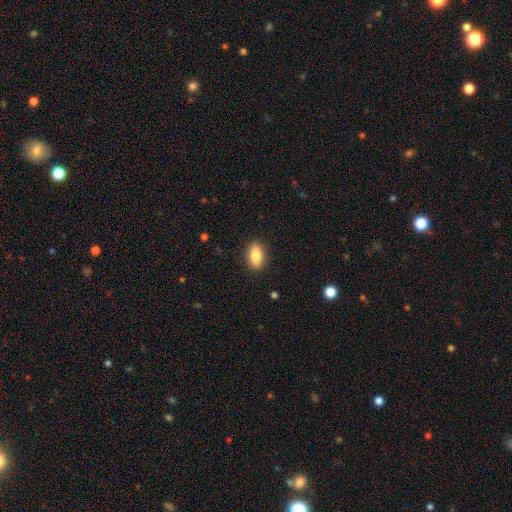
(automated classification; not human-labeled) The model was most divided on "smooth or featured": smooth: 81%, featured or disk: 12%, star or artifact: 7%. More confident: merging — none (89%); how rounded — in between (86%).